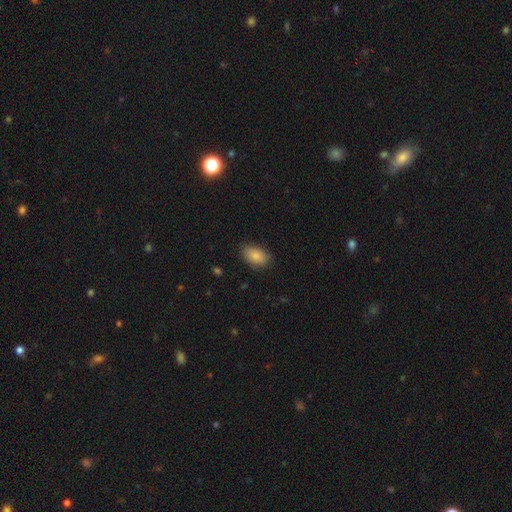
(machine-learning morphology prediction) A smooth galaxy with no disk features (87%) that is in between round and cigar-shaped (92%).

Vote fractions:
- Smooth or featured? smooth: 87% / star or artifact: 7% / featured or disk: 6%
- How rounded? in between: 92% / round: 7% / cigar-shaped: 2%
- Merging? none: 83% / minor disturbance: 13% / major disturbance: 3% / merger: 1%